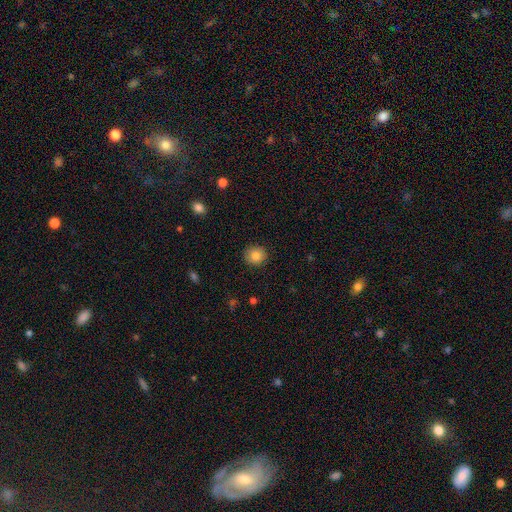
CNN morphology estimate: smooth 85%, star or artifact 9%, featured or disk 6%. Down the decision tree: how rounded — round (85%); merging — none (89%).